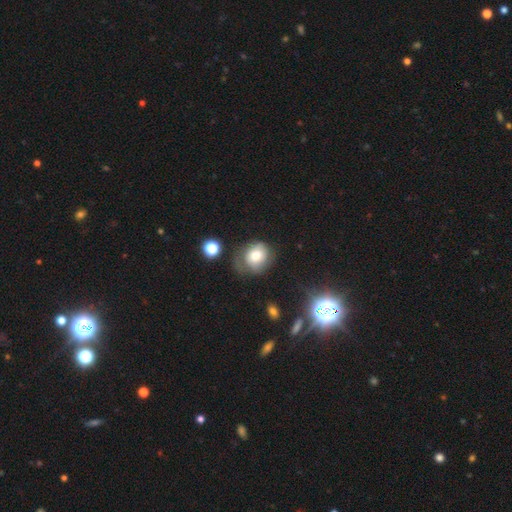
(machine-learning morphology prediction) This appears to be a smooth galaxy with no disk features (70%) that is round (64%). Merging: none (47%).